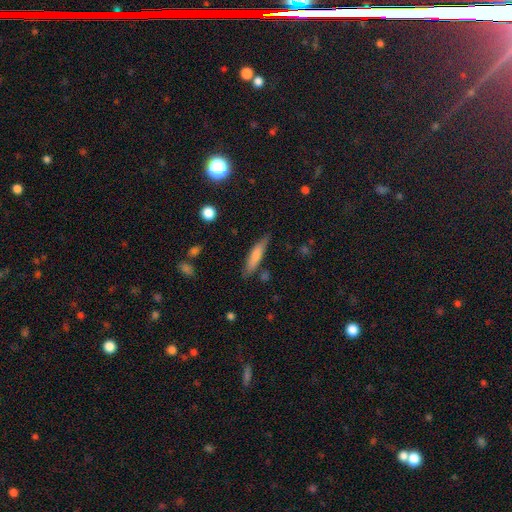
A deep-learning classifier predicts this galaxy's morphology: This appears to be a smooth galaxy with no disk features (72%) that is cigar-shaped (80%). Merging: none (78%).